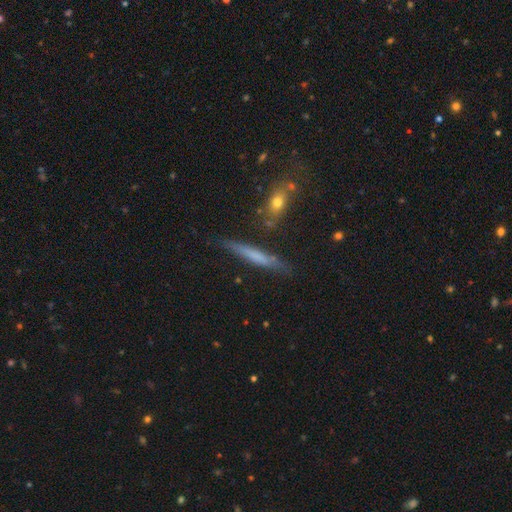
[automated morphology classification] smooth-or-featured: smooth: 47% | featured or disk: 44% | star or artifact: 9%
  merging: none: 80% | minor disturbance: 13% | merger: 4% | major disturbance: 3%